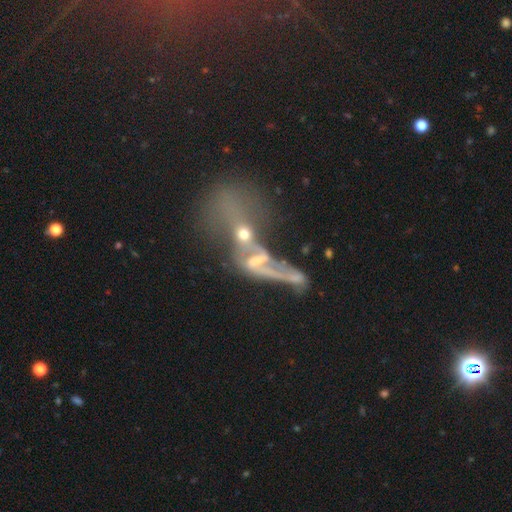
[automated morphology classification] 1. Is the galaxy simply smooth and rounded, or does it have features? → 49% featured or disk, 26% star or artifact, 25% smooth.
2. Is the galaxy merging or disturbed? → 64% merger, 16% major disturbance, 12% none, 7% minor disturbance.